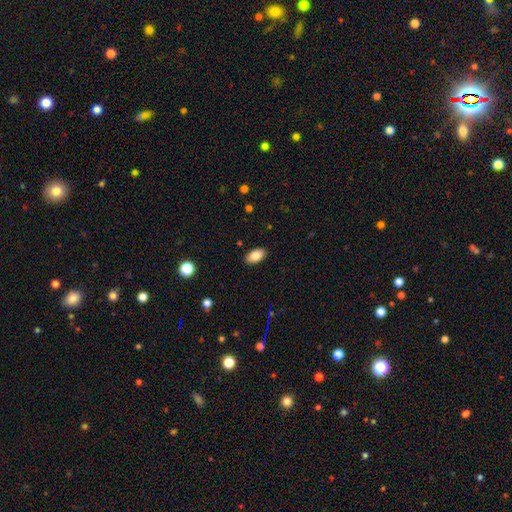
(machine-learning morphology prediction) A smooth galaxy with no disk features (83%) that is in between round and cigar-shaped (93%). Merging: none (88%).